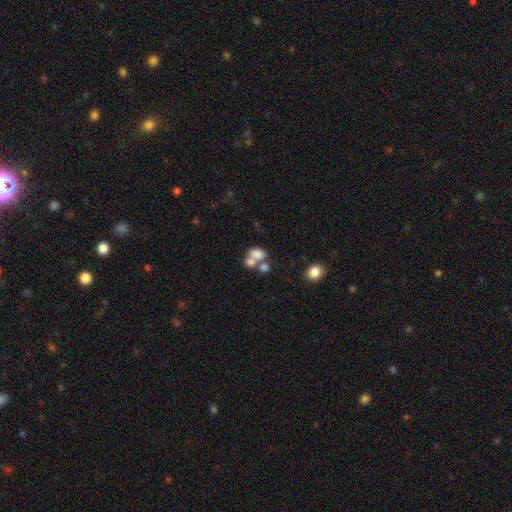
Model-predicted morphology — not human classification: This appears to be a smooth galaxy with no disk features (68%) that is in between round and cigar-shaped (67%). Merging: merger (60%).